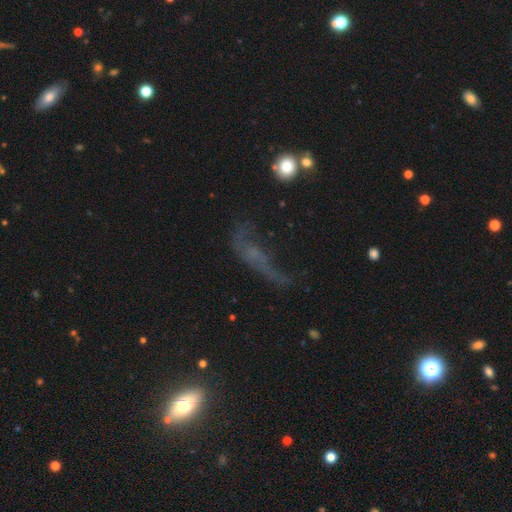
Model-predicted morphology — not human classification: A featured or disk galaxy (41%). Merging: major disturbance (43%).